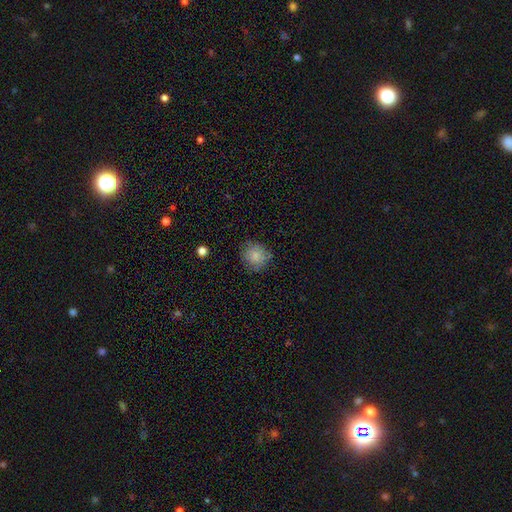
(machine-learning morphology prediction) A smooth galaxy with no disk features (83%) that is round (87%).

Vote fractions:
- Smooth or featured? smooth: 83% / star or artifact: 9% / featured or disk: 8%
- How rounded? round: 87% / in between: 12% / cigar-shaped: 1%
- Merging? none: 77% / minor disturbance: 17% / major disturbance: 4% / merger: 2%